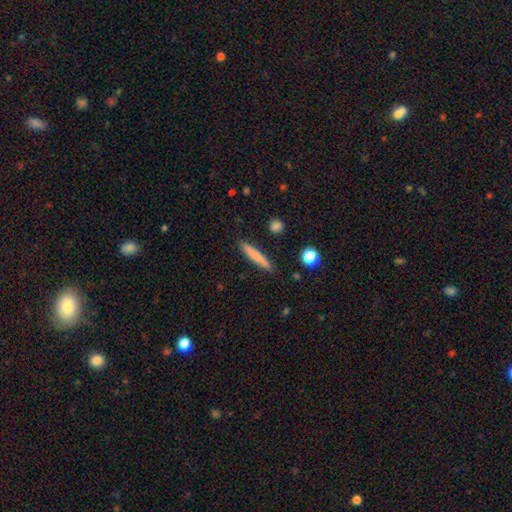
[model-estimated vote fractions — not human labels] smooth-or-featured: smooth: 74% | featured or disk: 19% | star or artifact: 7%
  how-rounded: cigar-shaped: 93% | in between: 5% | round: 2%
  merging: none: 89% | minor disturbance: 8% | major disturbance: 2% | merger: 2%